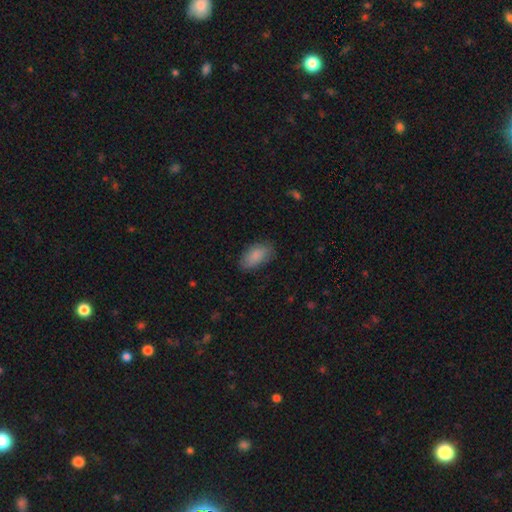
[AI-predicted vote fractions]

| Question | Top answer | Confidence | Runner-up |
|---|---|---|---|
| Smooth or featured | smooth | 88% | star or artifact (6%) |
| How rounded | in between | 93% | round (3%) |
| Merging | none | 80% | minor disturbance (15%) |